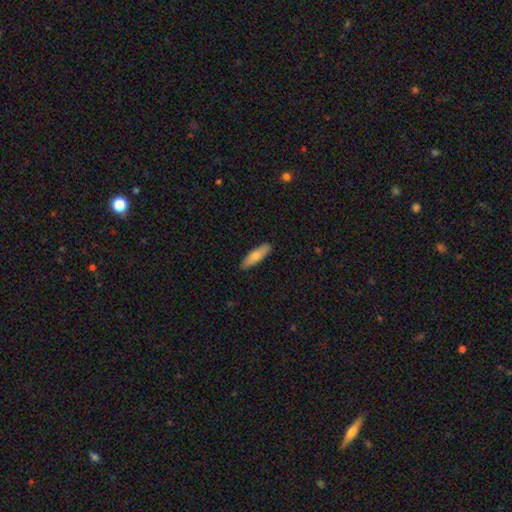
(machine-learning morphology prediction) type=smooth (72%); roundness=cigar-shaped (61%); merging=none (89%).